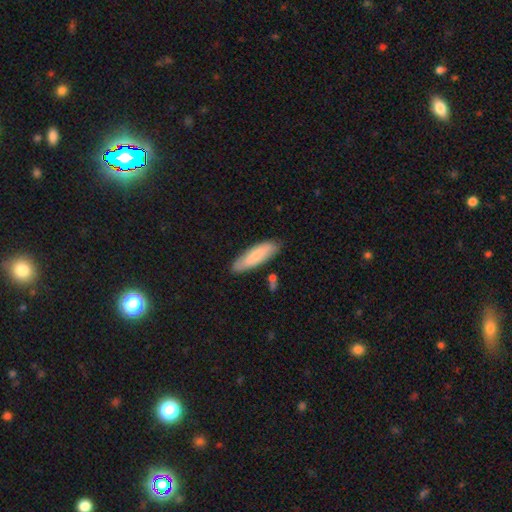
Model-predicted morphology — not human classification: A smooth galaxy with no disk features (76%) that is cigar-shaped (57%). Merging: none (82%).